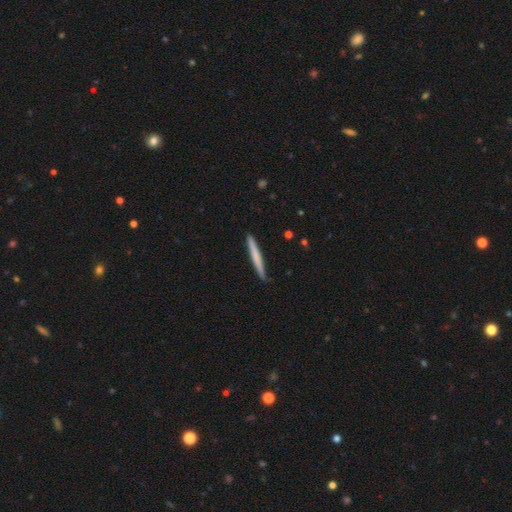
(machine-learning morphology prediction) Q: Smooth or featured?
A: smooth (64%); runner-up: featured or disk (31%)
Q: How rounded?
A: cigar-shaped (97%); runner-up: in between (2%)
Q: Merging?
A: none (90%); runner-up: minor disturbance (8%)